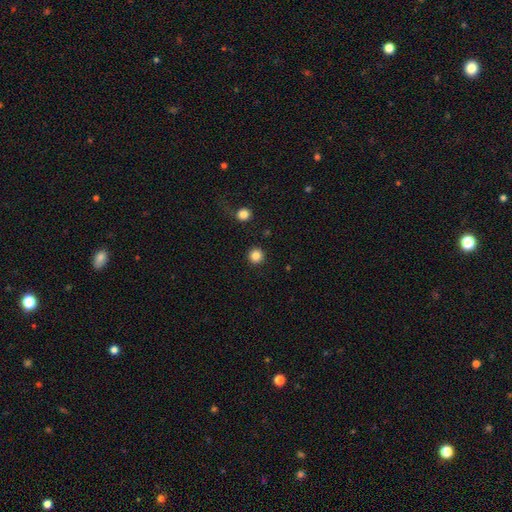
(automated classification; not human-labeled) Smooth or featured: smooth — 84% (star or artifact — 11%)
How rounded: round — 95% (in between — 4%)
Merging: none — 91% (minor disturbance — 5%)